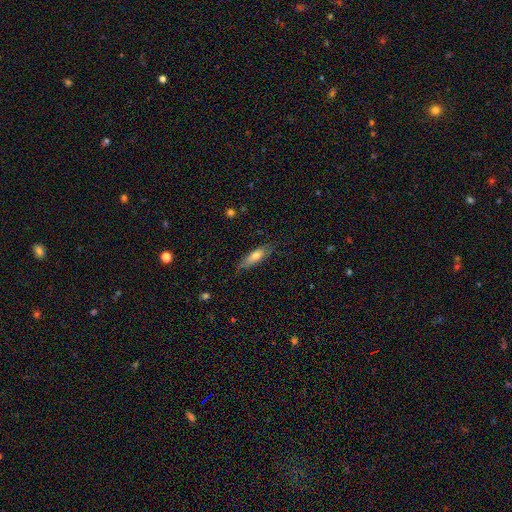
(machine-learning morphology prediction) This is likely a smooth galaxy (67%). How rounded: possibly cigar-shaped (51%). Merging: likely none (67%).